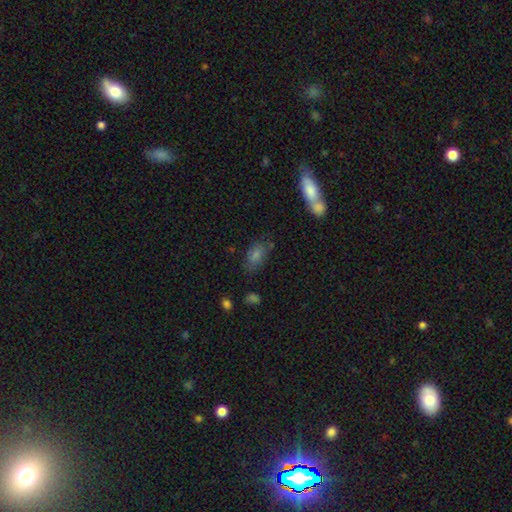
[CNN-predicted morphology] Q: Smooth or featured?
A: smooth (70%); runner-up: featured or disk (16%)
Q: How rounded?
A: in between (84%); runner-up: round (10%)
Q: Merging?
A: none (66%); runner-up: minor disturbance (17%)